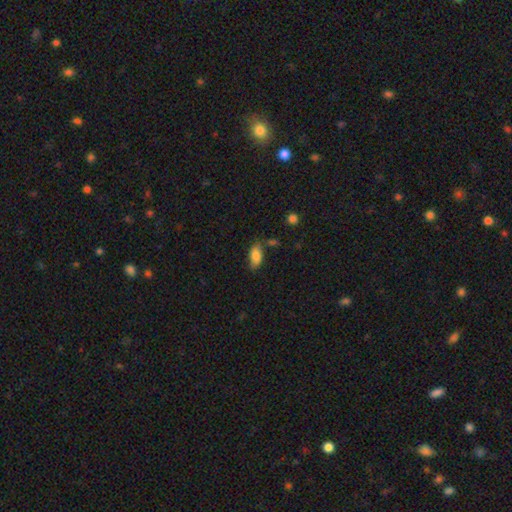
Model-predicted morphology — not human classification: Q: Smooth or featured?
A: smooth (81%); runner-up: featured or disk (10%)
Q: How rounded?
A: in between (89%); runner-up: cigar-shaped (8%)
Q: Merging?
A: none (63%); runner-up: minor disturbance (23%)